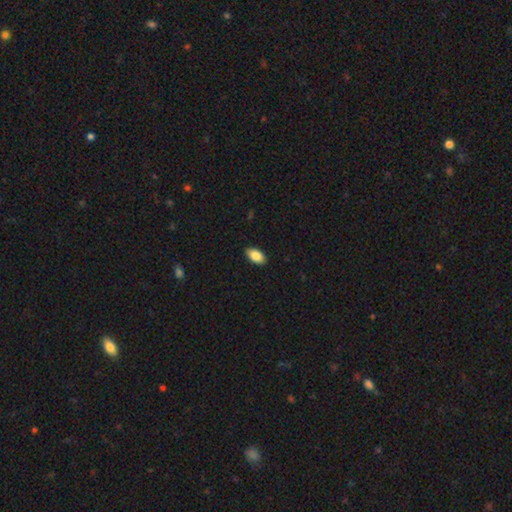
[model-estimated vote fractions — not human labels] Smooth or featured? Predicted: smooth (p=0.86). How rounded? Predicted: in between (p=0.94). Merging? Predicted: none (p=0.90).